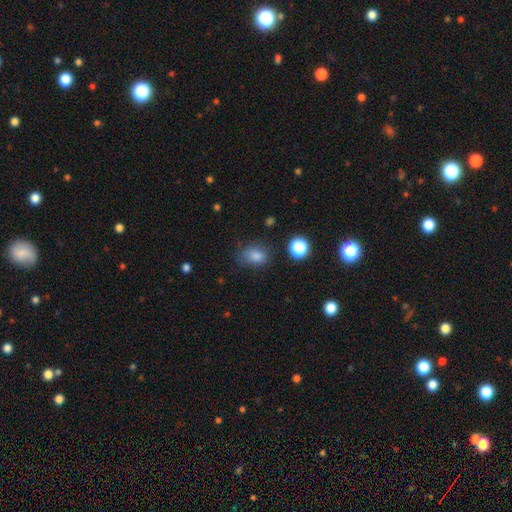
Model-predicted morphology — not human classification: A smooth galaxy with no disk features (80%) that is in between round and cigar-shaped (65%). Merging: none (70%).